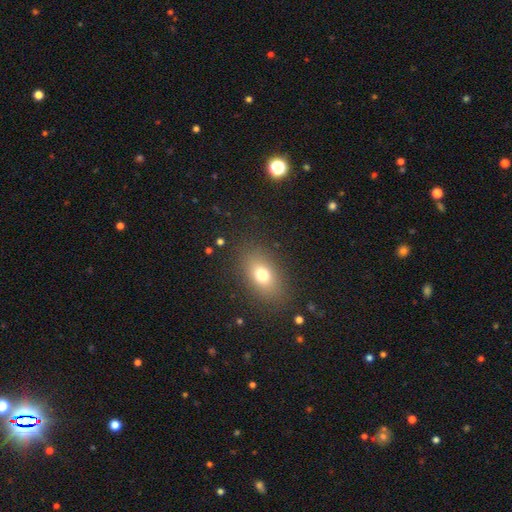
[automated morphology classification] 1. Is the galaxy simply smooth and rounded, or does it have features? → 65% smooth, 24% star or artifact, 11% featured or disk.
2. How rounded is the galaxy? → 78% in between, 19% round, 3% cigar-shaped.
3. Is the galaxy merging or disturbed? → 88% none, 8% minor disturbance, 3% major disturbance, 2% merger.